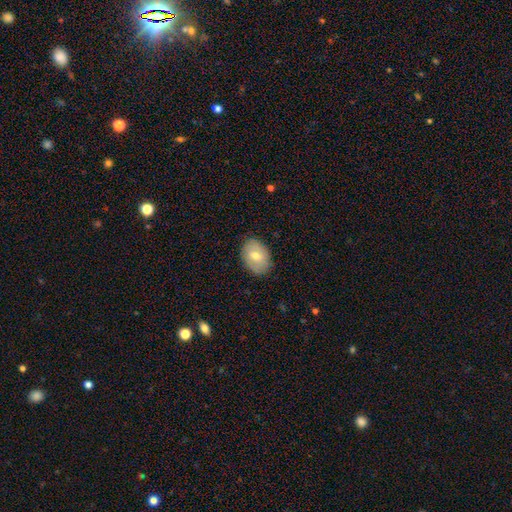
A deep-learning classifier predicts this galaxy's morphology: Smooth or featured? smooth (64%)
How rounded? in between (78%)
Merging? none (83%)